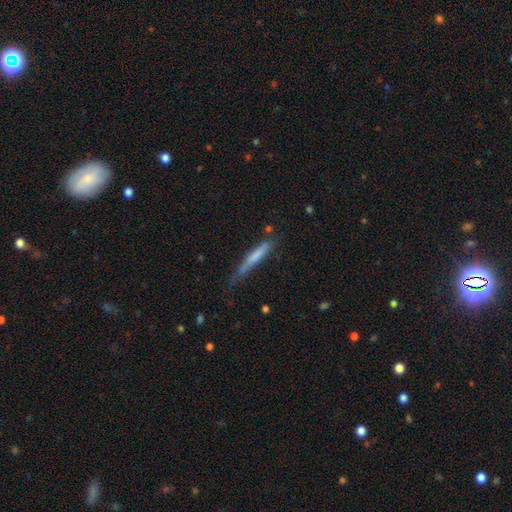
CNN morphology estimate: Smooth or featured: smooth — 62% (featured or disk — 31%)
How rounded: cigar-shaped — 94% (in between — 5%)
Merging: none — 54% (minor disturbance — 31%)